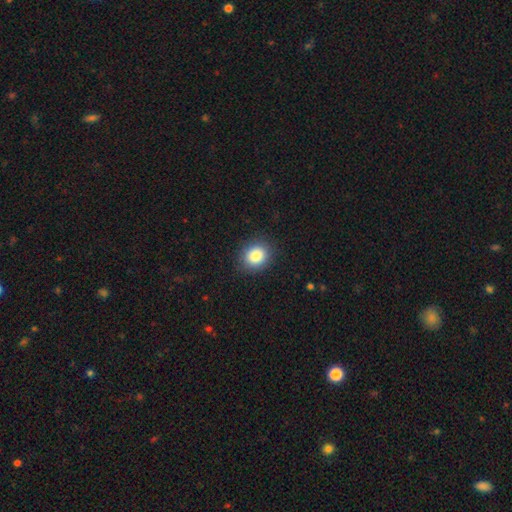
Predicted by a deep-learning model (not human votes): Smooth or featured? Predicted: smooth (p=0.86). How rounded? Predicted: round (p=0.67). Merging? Predicted: none (p=0.88).